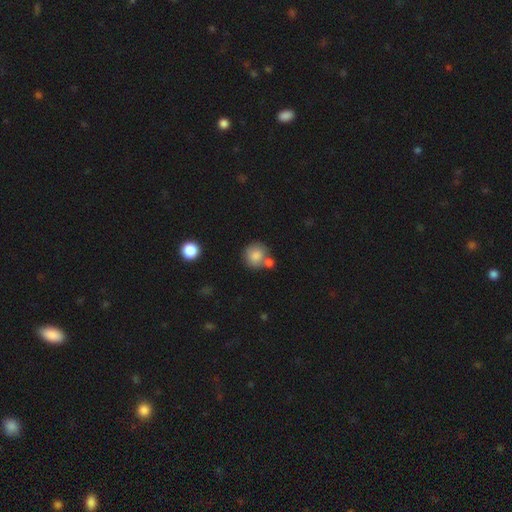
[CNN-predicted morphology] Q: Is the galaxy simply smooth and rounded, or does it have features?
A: smooth — 82%.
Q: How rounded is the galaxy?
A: round — 86%.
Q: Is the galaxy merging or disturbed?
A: none — 55%.